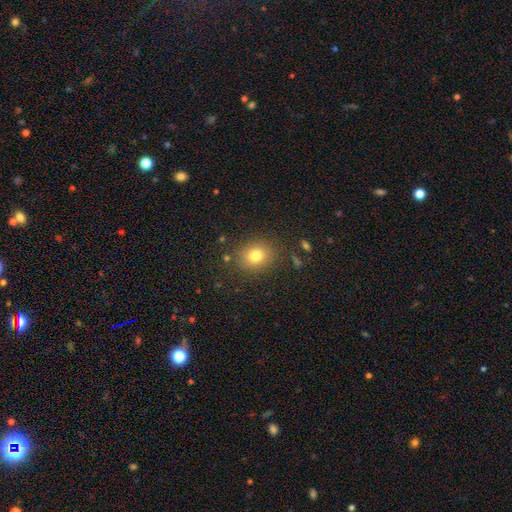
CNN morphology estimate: Q: Smooth or featured?
A: smooth (78%); runner-up: star or artifact (13%)
Q: How rounded?
A: round (67%); runner-up: in between (32%)
Q: Merging?
A: none (85%); runner-up: minor disturbance (9%)